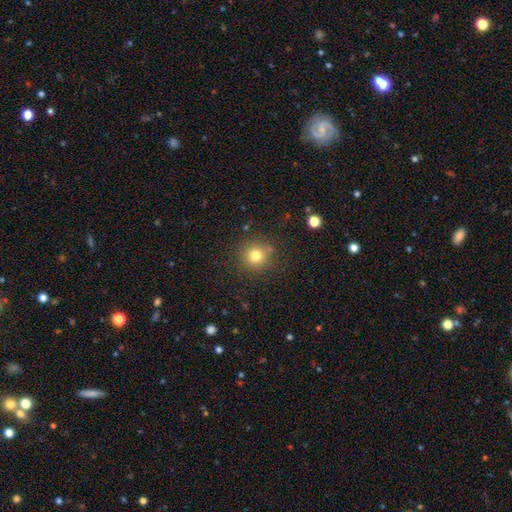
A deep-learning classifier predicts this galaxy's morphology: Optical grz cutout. It shows a smooth galaxy with no disk features (78%) that is round (93%). Merging: none (84%).